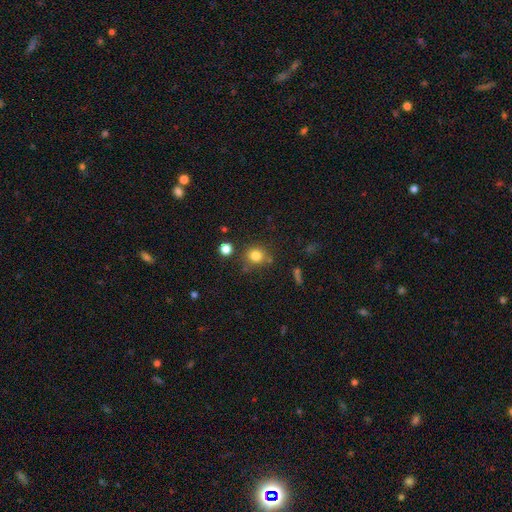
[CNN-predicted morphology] smooth-or-featured: smooth: 81% | star or artifact: 12% | featured or disk: 7%
  how-rounded: round: 84% | in between: 15% | cigar-shaped: 1%
  merging: none: 75% | minor disturbance: 13% | merger: 8% | major disturbance: 5%